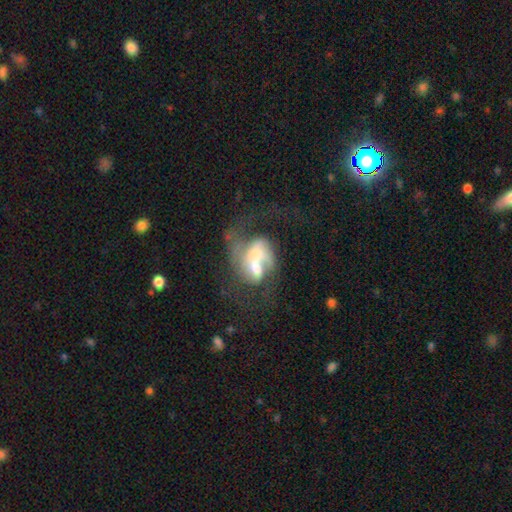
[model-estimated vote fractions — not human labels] Overall: featured or disk (70%). Edge-on disk: no (97%). Bar: no (56%; weak 31%). Spiral arms: yes (72%). Bulge size: moderate (46%; small 26%). Merging: merger (46%; major disturbance 26%).